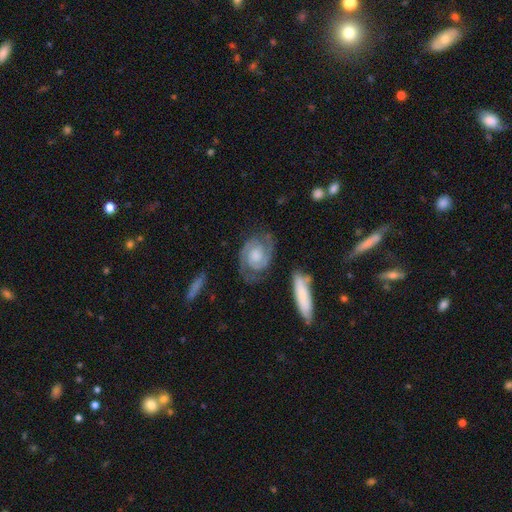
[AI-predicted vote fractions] Smooth or featured?
  - featured or disk: 89% *
  - smooth: 7%
  - star or artifact: 4%
Edge-on disk?
  - no: 97% *
  - yes: 3%
Bar?
  - no: 65% *
  - weak: 27%
  - strong: 7%
Spiral arms?
  - yes: 98% *
  - no: 2%
Spiral winding?
  - tight: 56% *
  - medium: 38%
  - loose: 6%
Spiral arm count?
  - 2: 92% *
  - can't tell: 3%
  - 3: 2%
  - 1: 1%
  - 4: 1%
  - more than 4: 1%
Bulge size?
  - moderate: 38% *
  - small: 28%
  - large: 16%
  - none: 15%
  - dominant: 2%
Merging?
  - none: 76% *
  - minor disturbance: 15%
  - major disturbance: 6%
  - merger: 3%